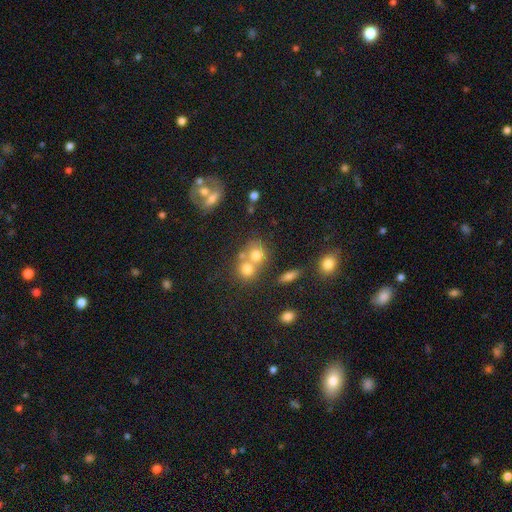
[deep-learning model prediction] This appears to be a smooth galaxy with no disk features (70%) that is round (72%). Merging: merger (55%).